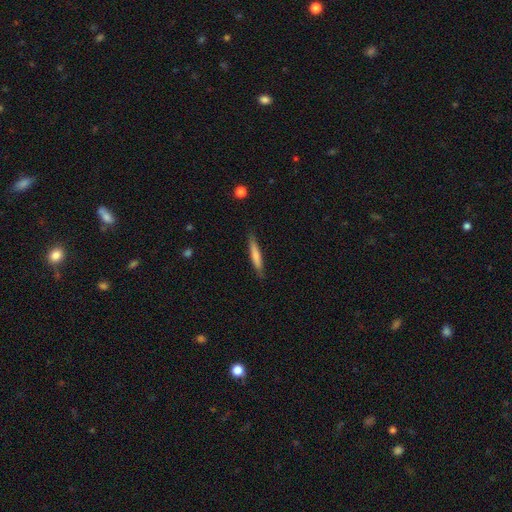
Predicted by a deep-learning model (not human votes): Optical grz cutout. It shows a smooth galaxy with no disk features (73%) that is cigar-shaped (93%). Merging: none (86%).